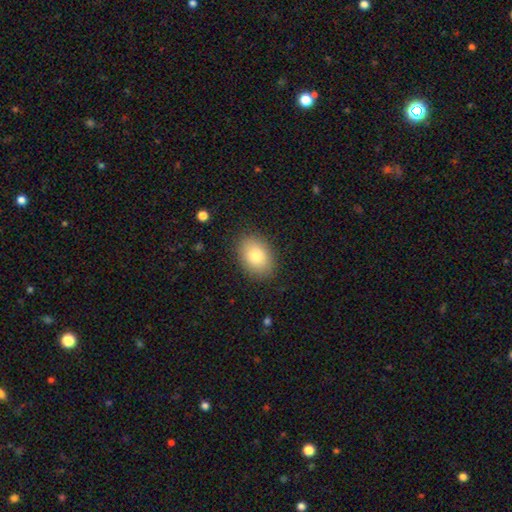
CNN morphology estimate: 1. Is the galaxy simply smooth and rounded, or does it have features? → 81% smooth, 11% featured or disk, 8% star or artifact.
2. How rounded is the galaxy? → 76% in between, 23% round, 1% cigar-shaped.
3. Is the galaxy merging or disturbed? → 87% none, 10% minor disturbance, 3% major disturbance, 1% merger.